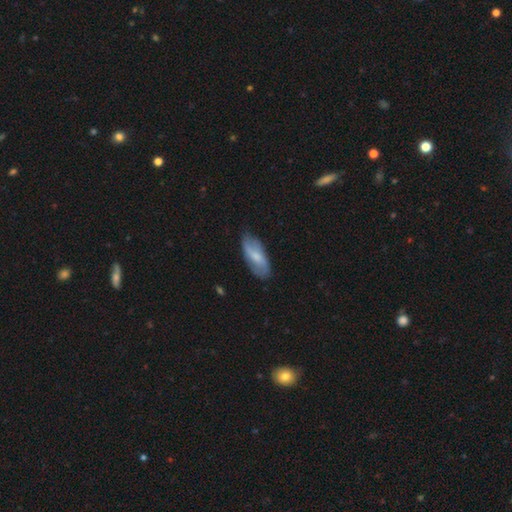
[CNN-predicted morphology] Smooth or featured? Predicted: smooth (p=0.55). How rounded? Predicted: in between (p=0.81). Merging? Predicted: none (p=0.75).